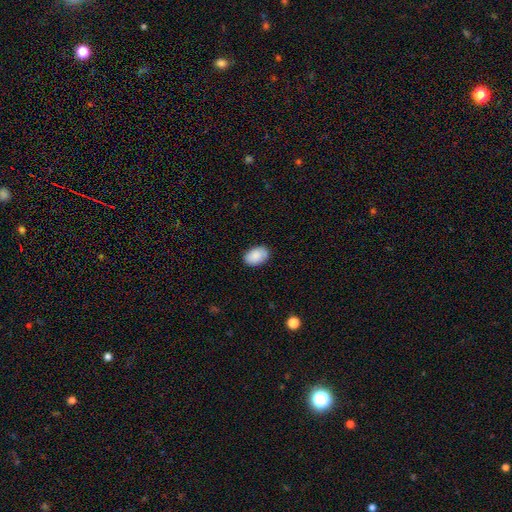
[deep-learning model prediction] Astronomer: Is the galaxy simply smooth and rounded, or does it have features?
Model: smooth — 88%.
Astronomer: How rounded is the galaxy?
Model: in between — 90%.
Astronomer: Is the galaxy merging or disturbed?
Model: none — 87%.